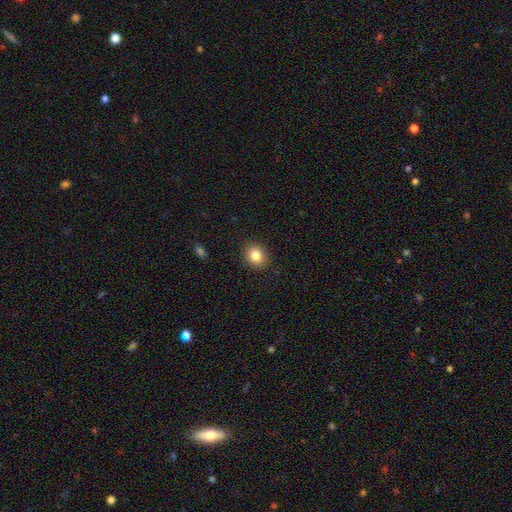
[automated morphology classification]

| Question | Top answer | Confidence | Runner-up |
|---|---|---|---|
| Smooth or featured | smooth | 83% | star or artifact (10%) |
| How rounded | round | 67% | in between (32%) |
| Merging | none | 90% | minor disturbance (7%) |